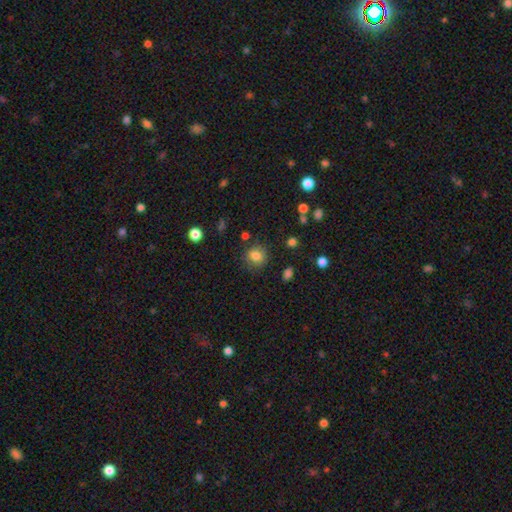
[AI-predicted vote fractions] Smooth or featured? smooth (81%)
How rounded? round (73%)
Merging? none (81%)